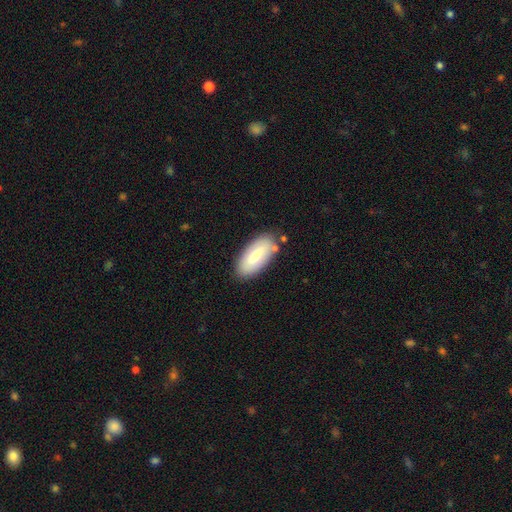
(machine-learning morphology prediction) A smooth galaxy with no disk features (75%) that is in between round and cigar-shaped (87%).

Vote fractions:
- Smooth or featured? smooth: 75% / featured or disk: 19% / star or artifact: 6%
- How rounded? in between: 87% / cigar-shaped: 11% / round: 2%
- Merging? none: 81% / minor disturbance: 12% / merger: 4% / major disturbance: 3%